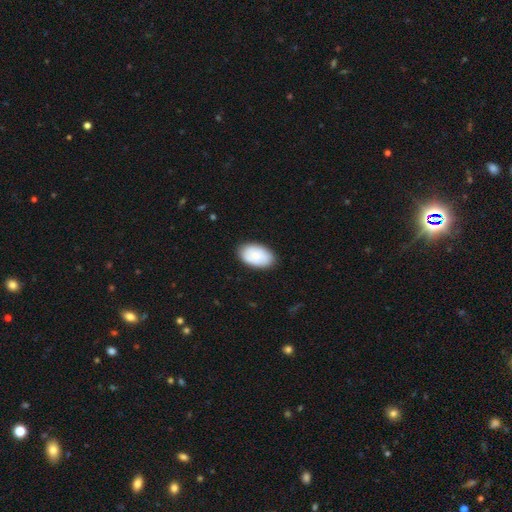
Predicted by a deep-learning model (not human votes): Smooth or featured: smooth — 75% (featured or disk — 19%)
How rounded: in between — 92% (round — 7%)
Merging: none — 83% (minor disturbance — 14%)